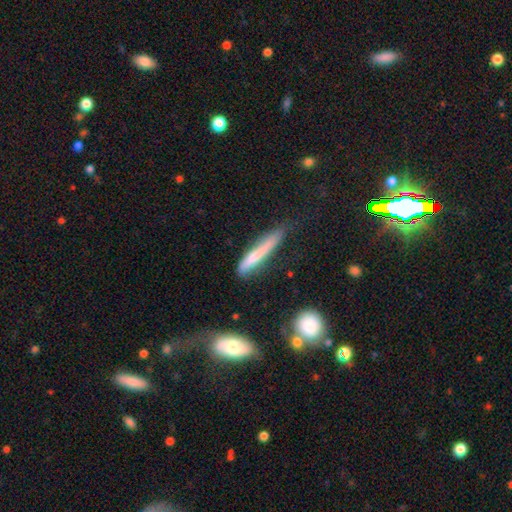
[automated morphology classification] A smooth galaxy with no disk features (65%) that is cigar-shaped (92%). Merging: none (55%).